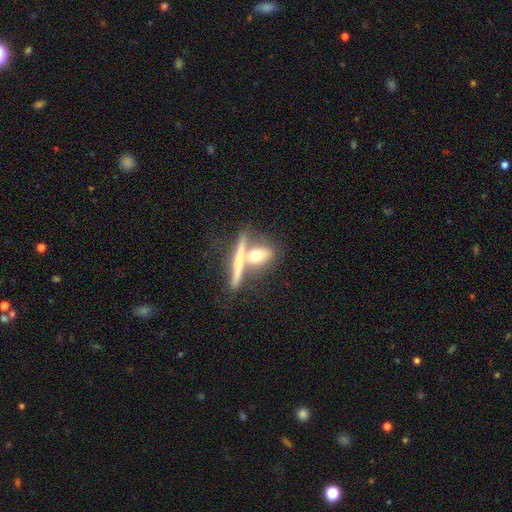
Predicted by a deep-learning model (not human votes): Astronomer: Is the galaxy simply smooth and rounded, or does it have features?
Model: smooth — 52% (runner-up: featured or disk, 39%).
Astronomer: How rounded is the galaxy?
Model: in between — 37%, tied with cigar-shaped at 37%.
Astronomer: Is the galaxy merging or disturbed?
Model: merger — 42% (runner-up: none, 41%).